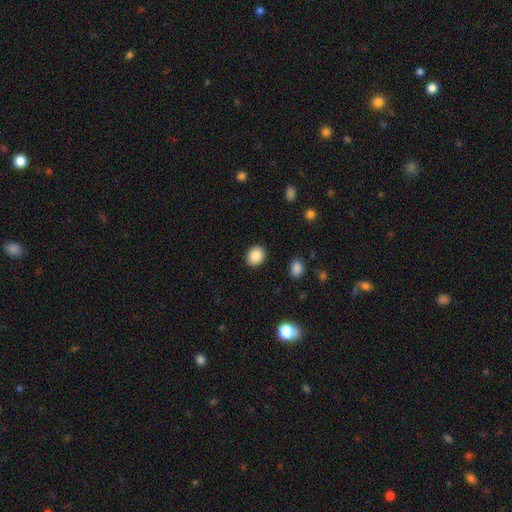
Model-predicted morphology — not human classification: This appears to be a smooth galaxy with no disk features (86%) that is round (59%). Merging: none (90%).